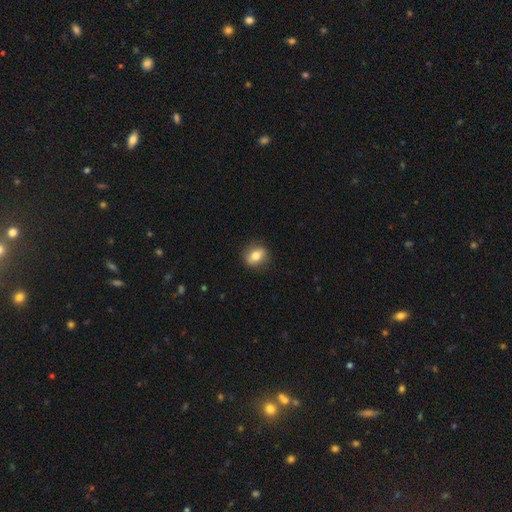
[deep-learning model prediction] Overall: smooth (73%). How rounded: in between (49%; round 48%). Merging: none (86%).